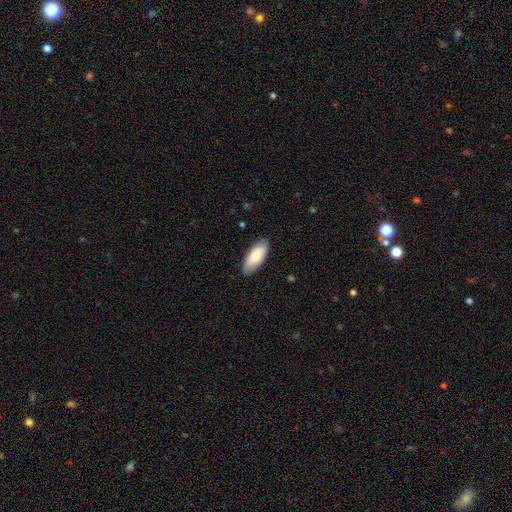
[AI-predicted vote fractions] Smooth or featured: smooth — 82% (featured or disk — 12%)
How rounded: in between — 85% (cigar-shaped — 13%)
Merging: none — 83% (minor disturbance — 14%)